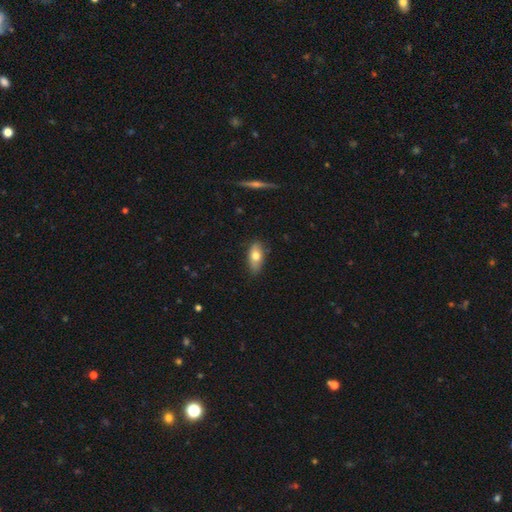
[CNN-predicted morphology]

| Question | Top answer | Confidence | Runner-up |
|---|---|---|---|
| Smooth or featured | smooth | 68% | featured or disk (25%) |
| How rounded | in between | 82% | cigar-shaped (14%) |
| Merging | none | 79% | minor disturbance (16%) |